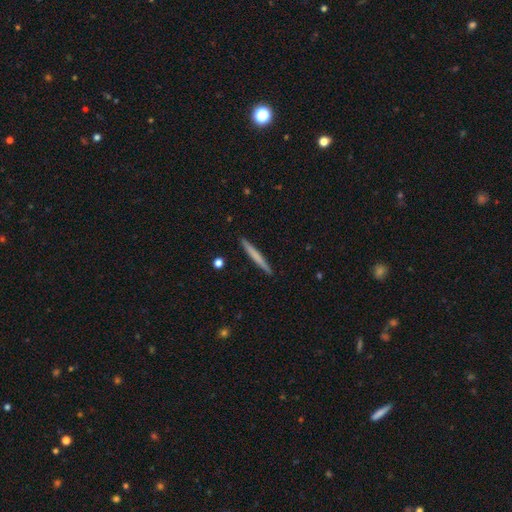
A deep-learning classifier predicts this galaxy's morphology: Smooth or featured: smooth — 61% (featured or disk — 34%)
How rounded: cigar-shaped — 97% (in between — 2%)
Merging: none — 92% (minor disturbance — 6%)